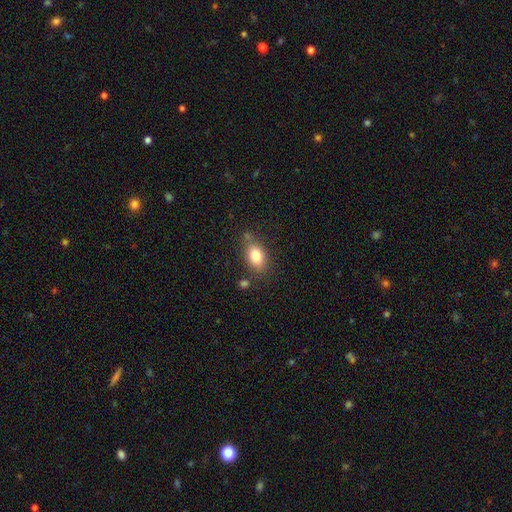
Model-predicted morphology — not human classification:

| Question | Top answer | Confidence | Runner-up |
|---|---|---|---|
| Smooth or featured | smooth | 81% | featured or disk (10%) |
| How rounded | in between | 80% | round (18%) |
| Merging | none | 73% | minor disturbance (16%) |